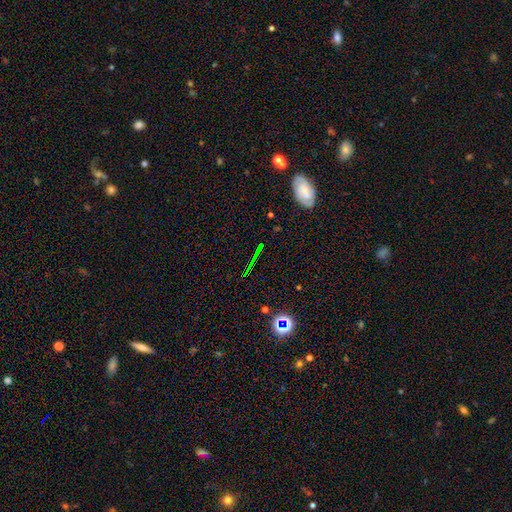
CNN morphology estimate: This is likely a star or artifact rather than a galaxy (61%).